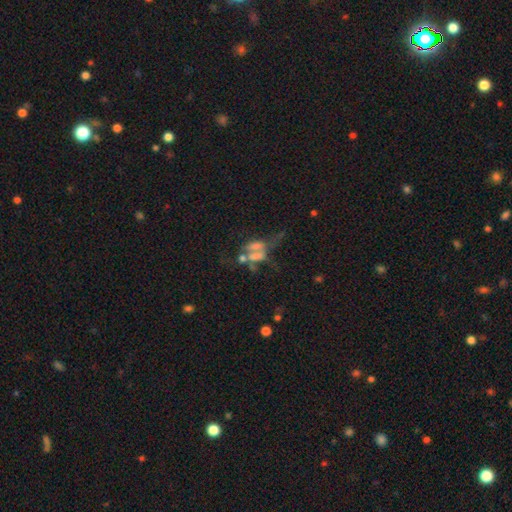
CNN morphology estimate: The model was most divided on "smooth or featured": featured or disk: 39%, smooth: 31%, star or artifact: 30%. Remaining: merging — merger (36%).